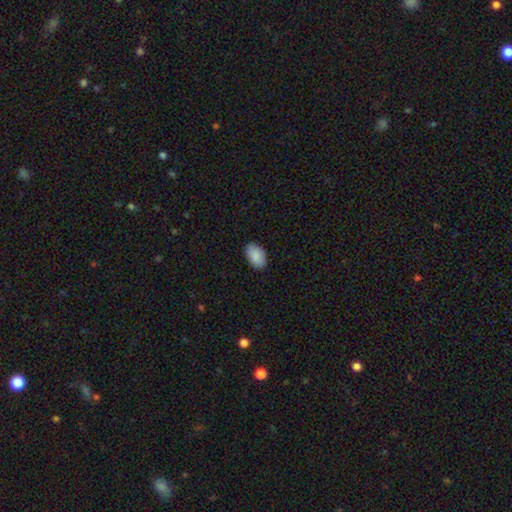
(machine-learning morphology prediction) The model was most divided on "merging": none: 87%, minor disturbance: 10%, major disturbance: 2%, merger: 1%. More confident: how rounded — in between (91%); smooth or featured — smooth (89%).